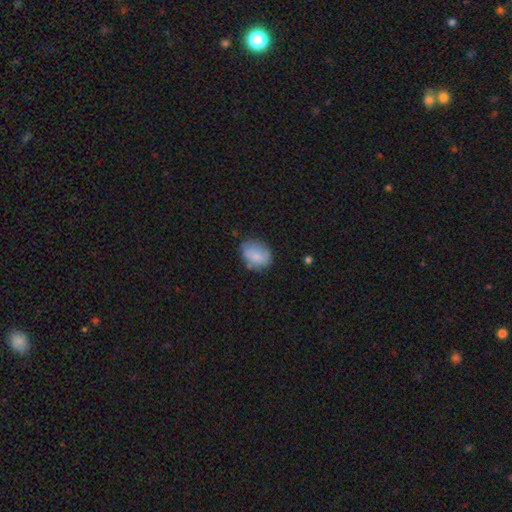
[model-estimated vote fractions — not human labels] smooth_or_featured: smooth (p=0.77) [alt: featured or disk p=0.16]
how_rounded: in between (p=0.63) [alt: round p=0.36]
merging: none (p=0.64) [alt: minor disturbance p=0.26]